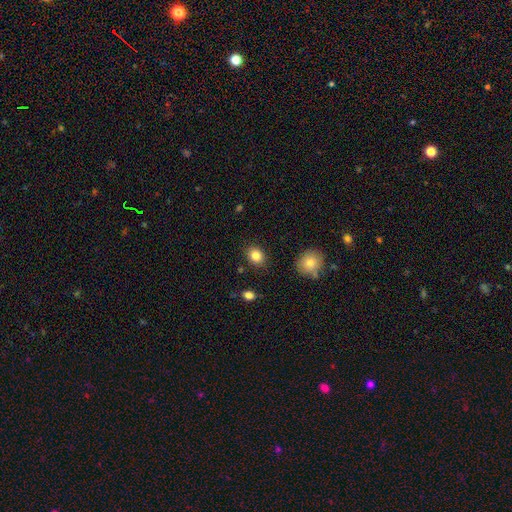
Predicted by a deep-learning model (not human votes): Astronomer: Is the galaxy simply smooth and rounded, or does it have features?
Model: smooth — 84%.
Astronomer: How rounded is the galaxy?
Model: in between — 51% (runner-up: round, 48%).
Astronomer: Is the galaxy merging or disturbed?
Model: none — 86%.